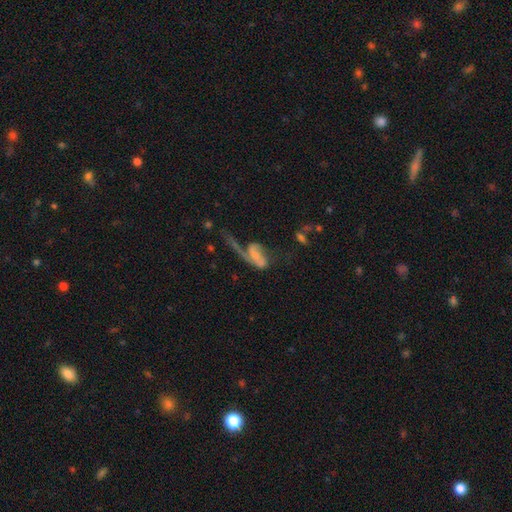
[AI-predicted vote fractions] This appears to be a featured or disk galaxy (61%) with no bar (56%), spiral arms (71%) and no central bulge (41%). Merging: major disturbance (54%).